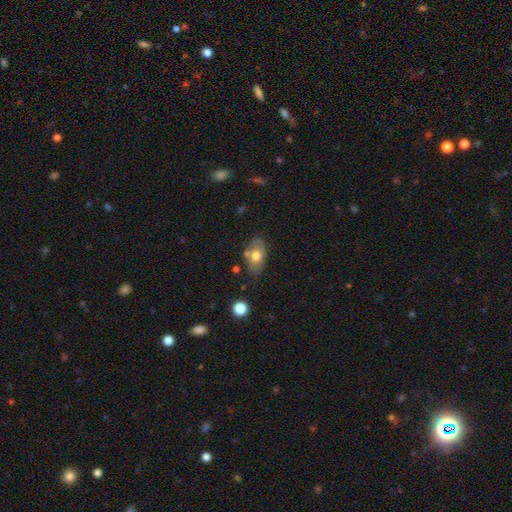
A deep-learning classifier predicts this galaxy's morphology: This is likely a smooth galaxy (64%). How rounded: clearly in between (89%). Merging: likely none (71%).